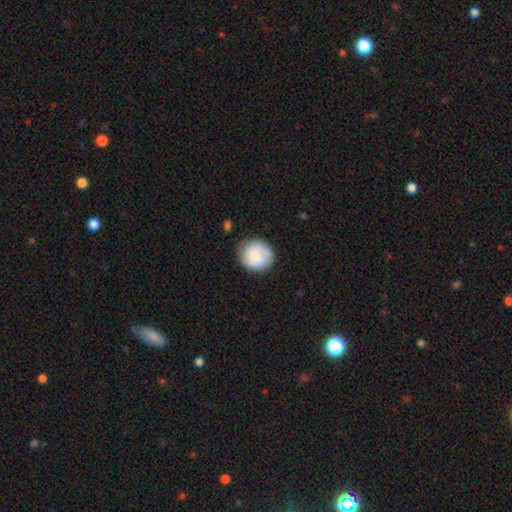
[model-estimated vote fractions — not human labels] Smooth or featured? Predicted: smooth (p=0.73). How rounded? Predicted: round (p=0.88). Merging? Predicted: none (p=0.77).